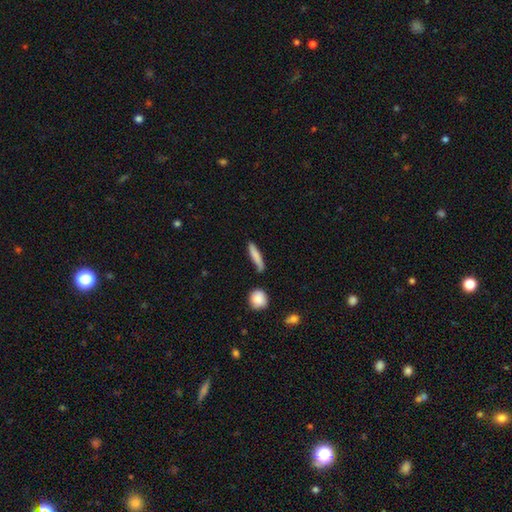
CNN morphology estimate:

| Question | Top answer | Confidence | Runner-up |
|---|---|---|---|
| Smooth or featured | smooth | 77% | featured or disk (16%) |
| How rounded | cigar-shaped | 85% | in between (12%) |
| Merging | none | 69% | minor disturbance (19%) |